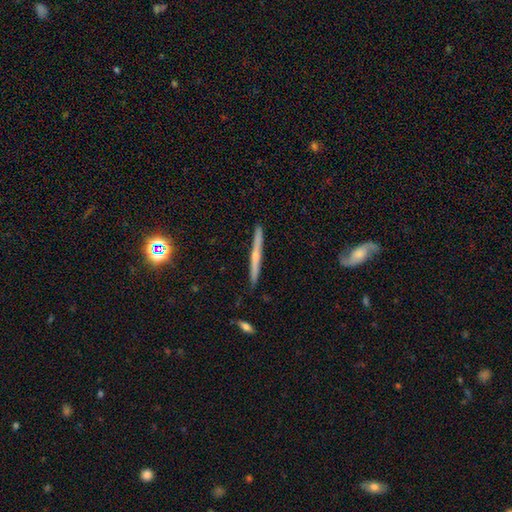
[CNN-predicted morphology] Smooth or featured? Predicted: featured or disk (p=0.65). Edge-on disk? Predicted: yes (p=0.97). Edge-on bulge? Predicted: rounded (p=0.53). Merging? Predicted: none (p=0.90).